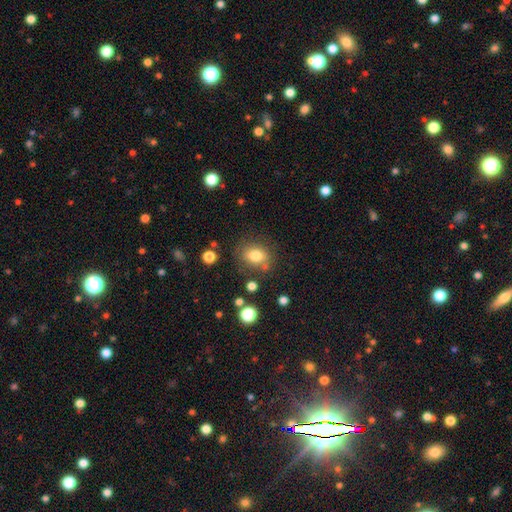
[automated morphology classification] A smooth galaxy with no disk features (78%) that is in between round and cigar-shaped (51%).

Vote fractions:
- Smooth or featured? smooth: 78% / star or artifact: 11% / featured or disk: 11%
- How rounded? in between: 51% / round: 48% / cigar-shaped: 1%
- Merging? none: 73% / minor disturbance: 15% / merger: 6% / major disturbance: 5%